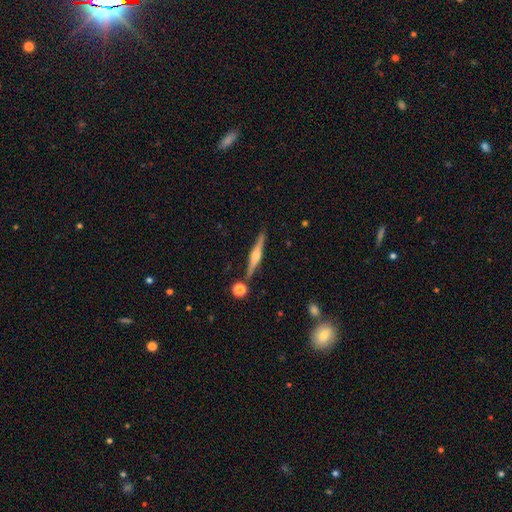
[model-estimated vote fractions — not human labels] This is likely a featured or disk galaxy (73%). It is clearly viewed edge-on (98%). Edge-on bulge: clearly rounded (87%). Merging: clearly none (84%).